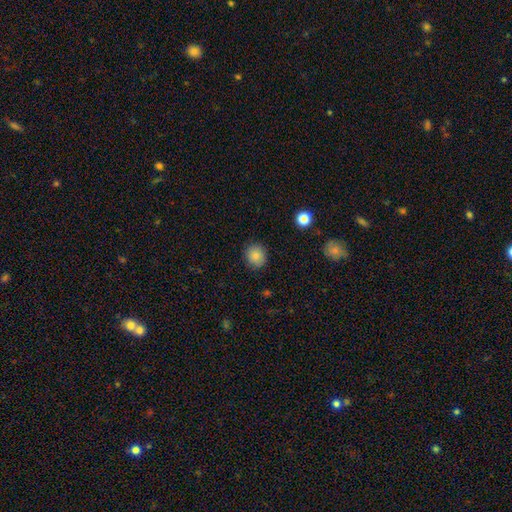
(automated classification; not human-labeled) The model was most divided on "how rounded": round: 82%, in between: 17%, cigar-shaped: 1%. More confident: merging — none (87%); smooth or featured — smooth (82%).